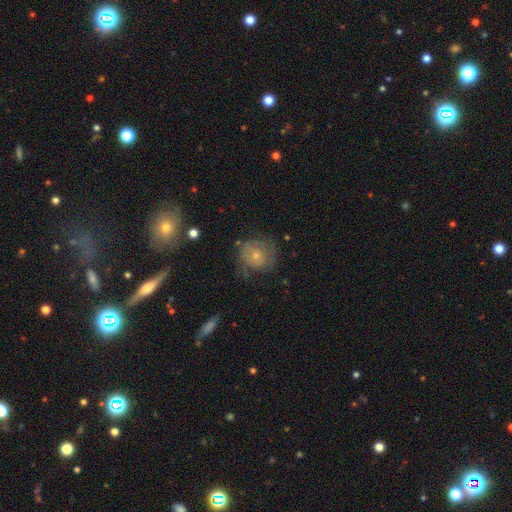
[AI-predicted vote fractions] A smooth galaxy with no disk features (49%). Merging: none (56%).